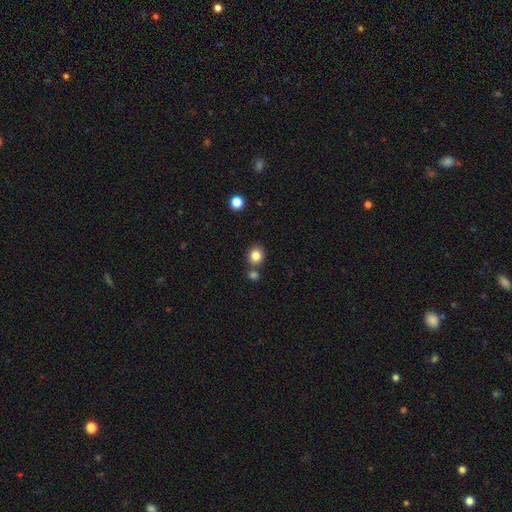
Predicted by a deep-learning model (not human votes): smooth_or_featured: smooth (p=0.84) [alt: star or artifact p=0.11]
how_rounded: round (p=0.80) [alt: in between p=0.19]
merging: none (p=0.72) [alt: merger p=0.17]